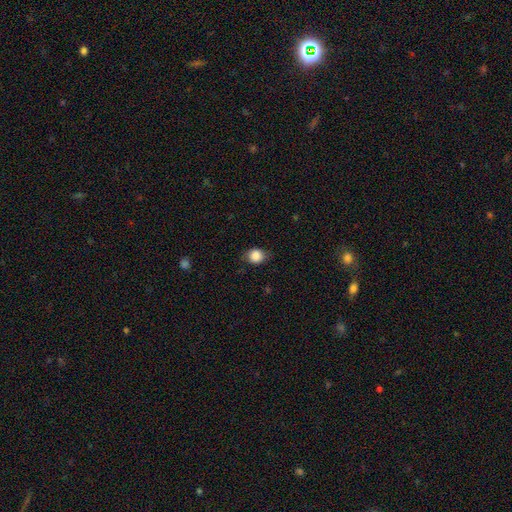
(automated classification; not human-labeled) Morphology: type=smooth (86%); roundness=round (66%); merging=none (76%).